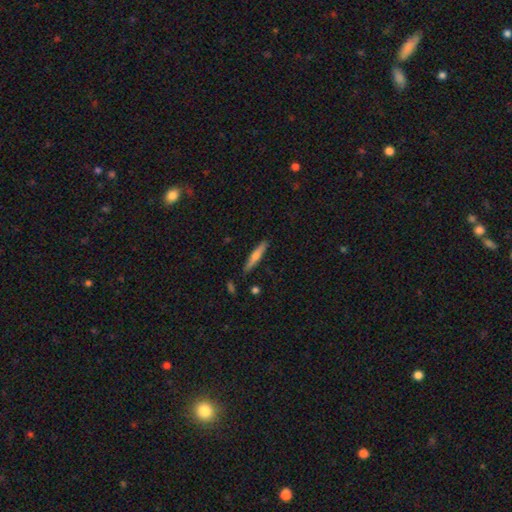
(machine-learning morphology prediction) Q: Smooth or featured?
A: smooth (54%); runner-up: featured or disk (40%)
Q: How rounded?
A: cigar-shaped (92%); runner-up: in between (6%)
Q: Merging?
A: none (87%); runner-up: minor disturbance (9%)